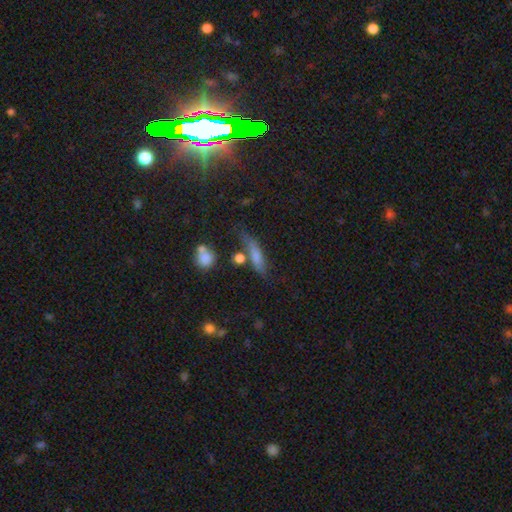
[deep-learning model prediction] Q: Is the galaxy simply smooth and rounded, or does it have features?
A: smooth — 68%.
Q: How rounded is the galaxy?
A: cigar-shaped — 69%.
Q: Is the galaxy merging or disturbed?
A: none — 58%.